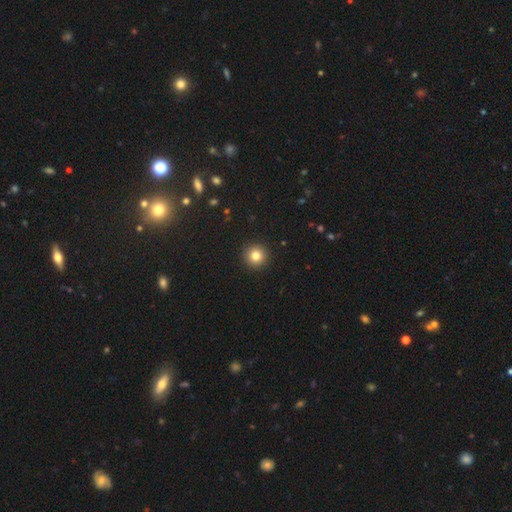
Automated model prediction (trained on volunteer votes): The model was most divided on "smooth or featured": smooth: 82%, star or artifact: 11%, featured or disk: 7%. More confident: how rounded — round (96%); merging — none (93%).